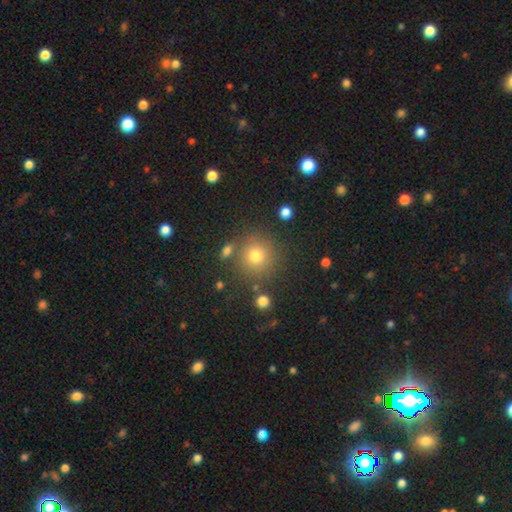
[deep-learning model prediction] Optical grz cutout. It shows a smooth galaxy with no disk features (76%) that is round (93%). Merging: none (80%).